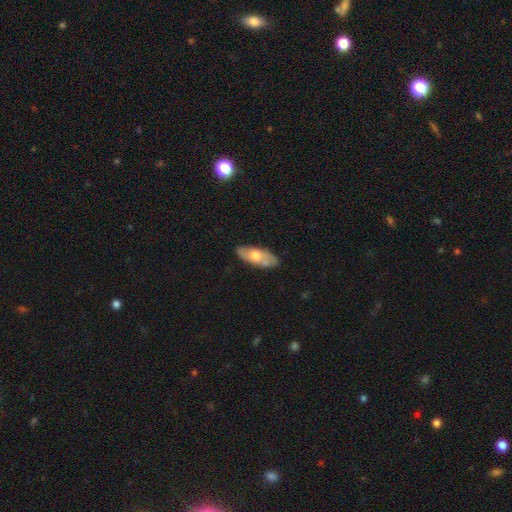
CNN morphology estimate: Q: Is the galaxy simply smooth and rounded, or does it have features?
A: smooth — 49%.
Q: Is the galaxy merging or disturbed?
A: none — 79%.